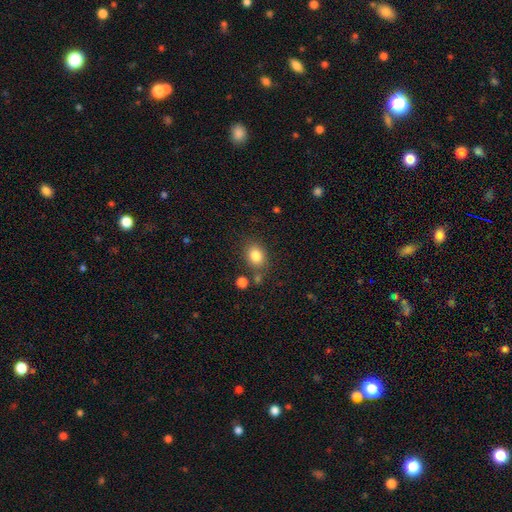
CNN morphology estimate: Smooth or featured: smooth — 83% (star or artifact — 10%)
How rounded: round — 52% (in between — 47%)
Merging: none — 77% (minor disturbance — 12%)